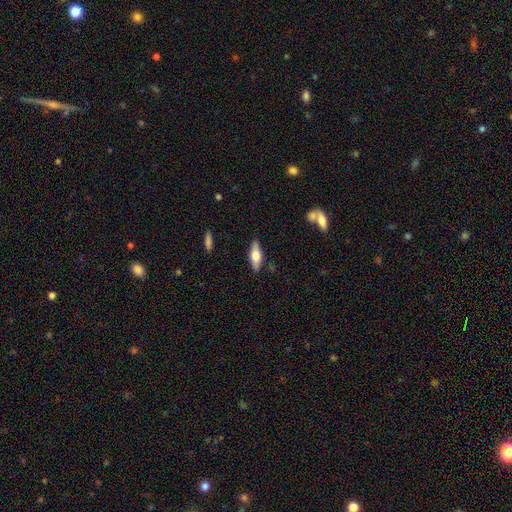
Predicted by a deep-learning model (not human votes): smooth_or_featured: smooth (p=0.50) [alt: featured or disk p=0.44]
how_rounded: in between (p=0.61) [alt: cigar-shaped p=0.37]
merging: none (p=0.86) [alt: minor disturbance p=0.10]